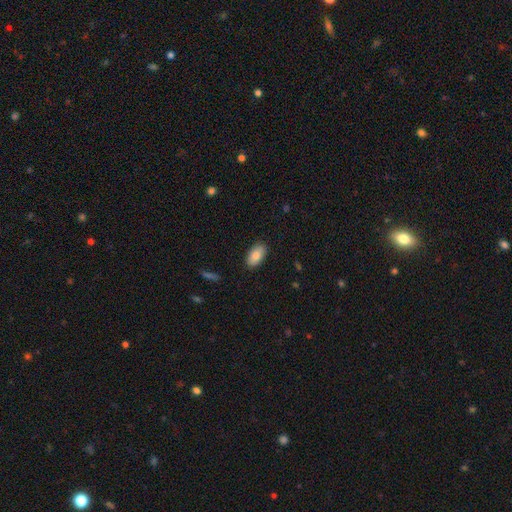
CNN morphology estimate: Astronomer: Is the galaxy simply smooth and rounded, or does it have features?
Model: smooth — 82%.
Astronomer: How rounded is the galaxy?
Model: in between — 94%.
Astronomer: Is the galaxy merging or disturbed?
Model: none — 87%.